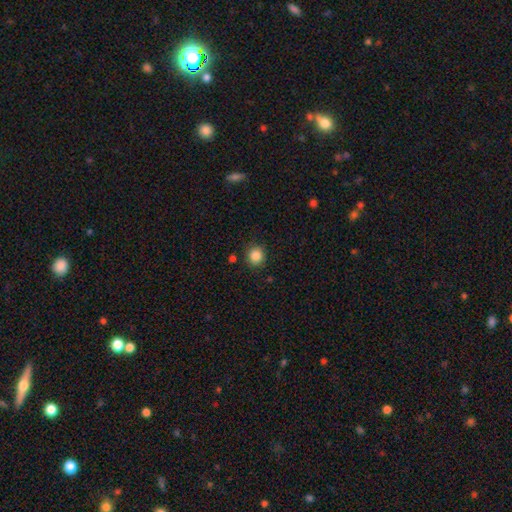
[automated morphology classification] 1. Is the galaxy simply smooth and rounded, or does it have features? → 86% smooth, 10% star or artifact, 4% featured or disk.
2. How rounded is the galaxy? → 90% round, 9% in between, 1% cigar-shaped.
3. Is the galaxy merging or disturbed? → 87% none, 8% minor disturbance, 3% major disturbance, 2% merger.